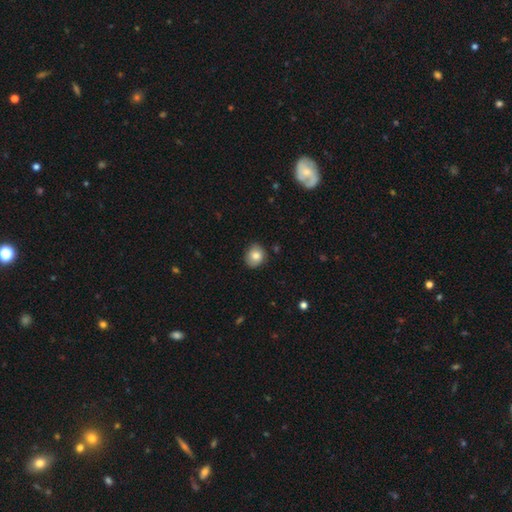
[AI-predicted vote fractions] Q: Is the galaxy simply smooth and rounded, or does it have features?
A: smooth — 80%.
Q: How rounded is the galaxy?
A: round — 72%.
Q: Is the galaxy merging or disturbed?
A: none — 82%.